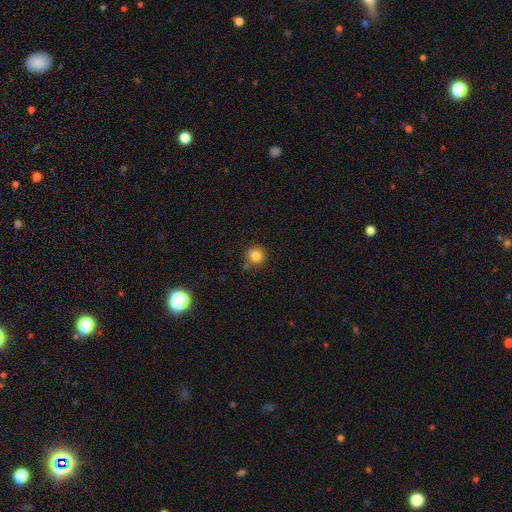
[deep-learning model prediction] This is clearly a smooth galaxy (82%). How rounded: clearly round (90%). Merging: likely none (72%).